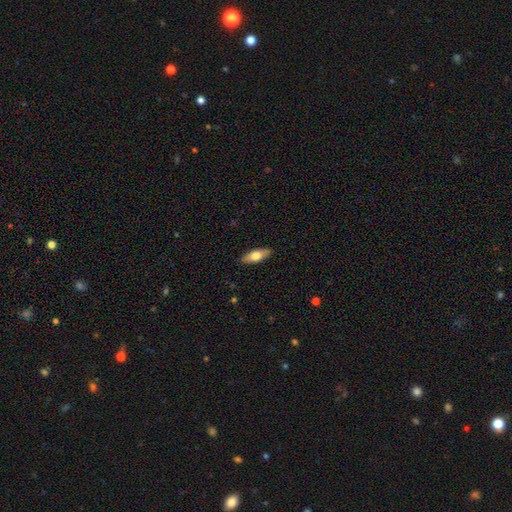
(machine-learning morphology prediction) smooth 66%, featured or disk 29%, star or artifact 6%. Down the decision tree: how rounded — in between (67%); merging — none (89%).